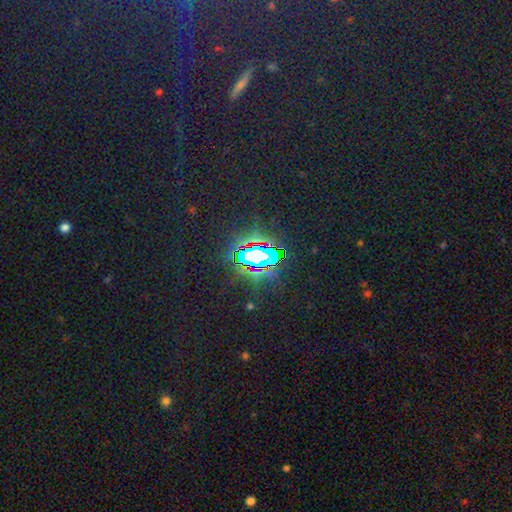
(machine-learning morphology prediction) Overall: star or artifact (77%).